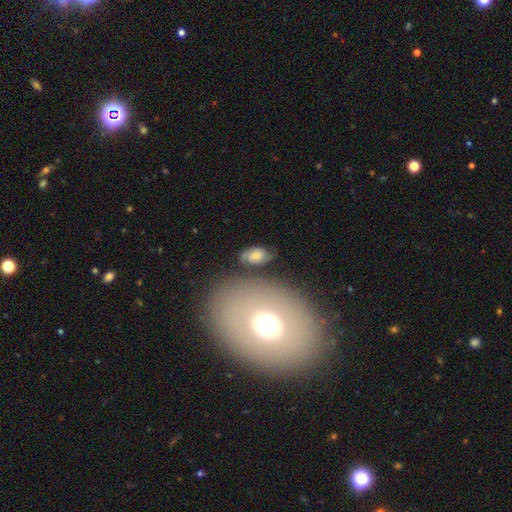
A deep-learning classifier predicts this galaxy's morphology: type=smooth (55%); roundness=in between (89%); merging=none (70%).